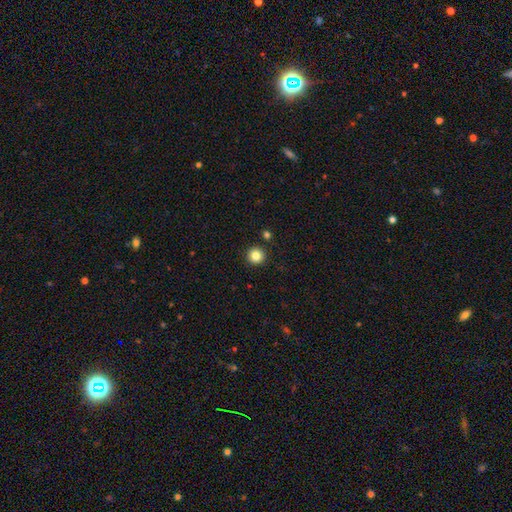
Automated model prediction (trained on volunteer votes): The model was most divided on "smooth or featured": smooth: 84%, star or artifact: 11%, featured or disk: 5%. More confident: how rounded — round (96%); merging — none (92%).